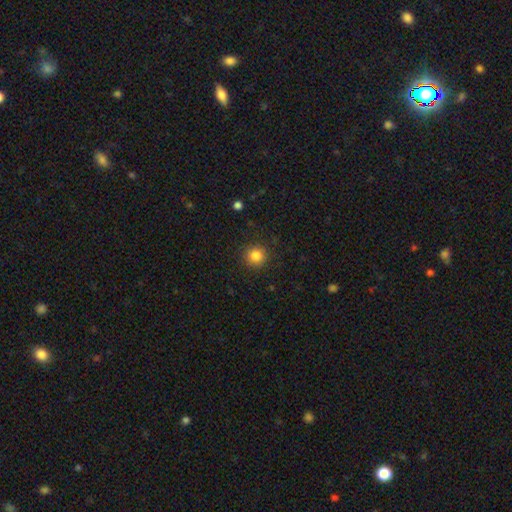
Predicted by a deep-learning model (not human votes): smooth_or_featured: smooth (p=0.84) [alt: star or artifact p=0.11]
how_rounded: round (p=0.93) [alt: in between p=0.06]
merging: none (p=0.89) [alt: minor disturbance p=0.07]